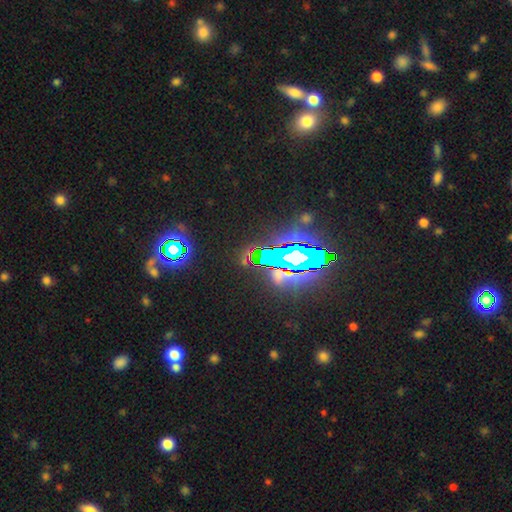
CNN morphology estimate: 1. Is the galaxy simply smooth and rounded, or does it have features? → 80% star or artifact, 12% smooth, 8% featured or disk.